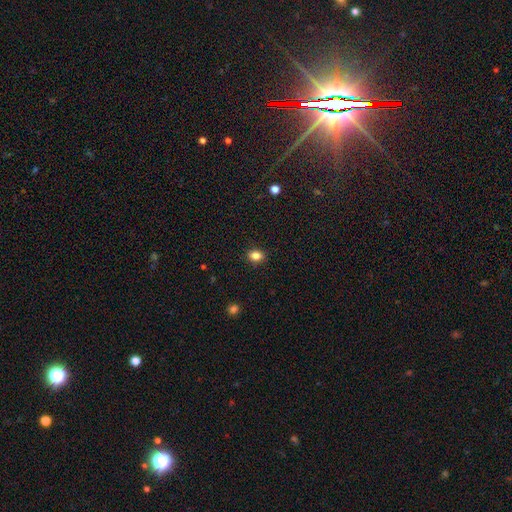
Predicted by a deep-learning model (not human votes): Smooth or featured: smooth — 85% (star or artifact — 11%)
How rounded: in between — 64% (round — 35%)
Merging: none — 89% (minor disturbance — 8%)